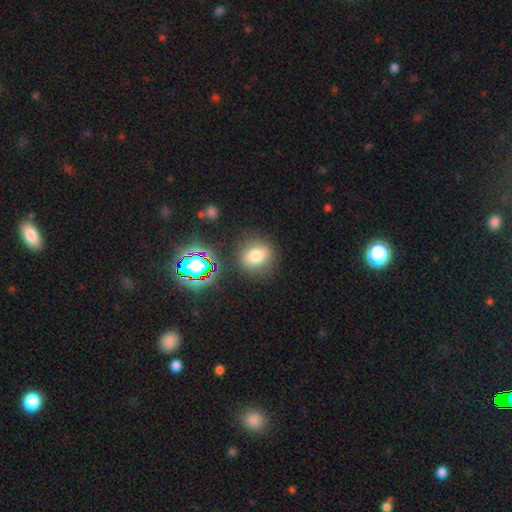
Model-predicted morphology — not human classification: Smooth or featured?
  - smooth: 71% *
  - star or artifact: 16%
  - featured or disk: 12%
How rounded?
  - round: 70% *
  - in between: 28%
  - cigar-shaped: 2%
Merging?
  - none: 81% *
  - minor disturbance: 12%
  - major disturbance: 4%
  - merger: 3%